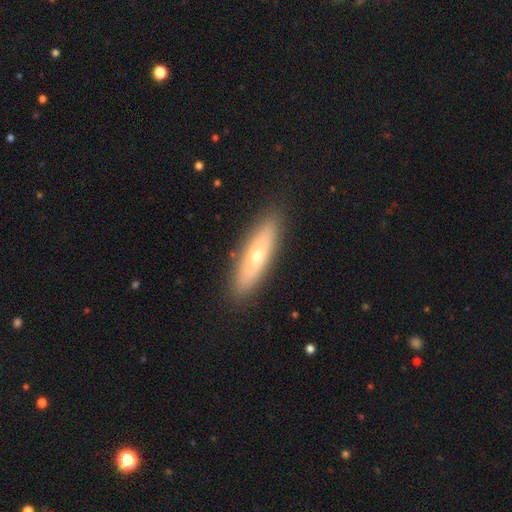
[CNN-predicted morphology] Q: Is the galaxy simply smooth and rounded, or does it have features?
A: smooth — 53%.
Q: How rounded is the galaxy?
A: cigar-shaped — 62%.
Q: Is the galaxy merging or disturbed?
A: none — 89%.